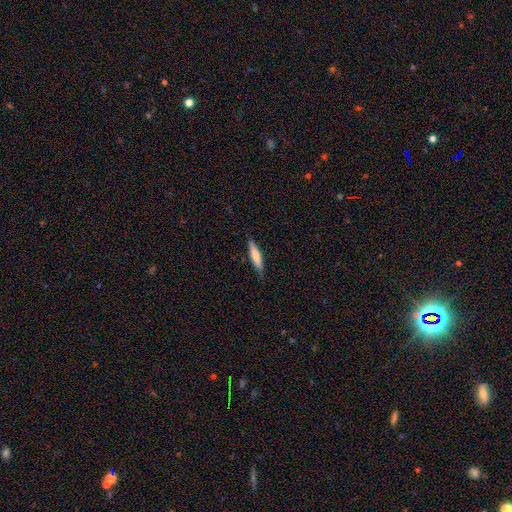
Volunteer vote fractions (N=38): Morphology: type=smooth (71%); roundness=cigar-shaped (85%); merging=none (83%).